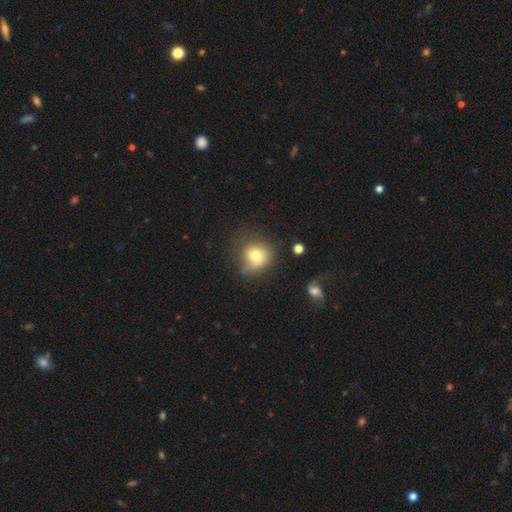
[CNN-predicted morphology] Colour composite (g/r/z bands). It shows a smooth galaxy with no disk features (74%) that is round (80%). Merging: none (56%).